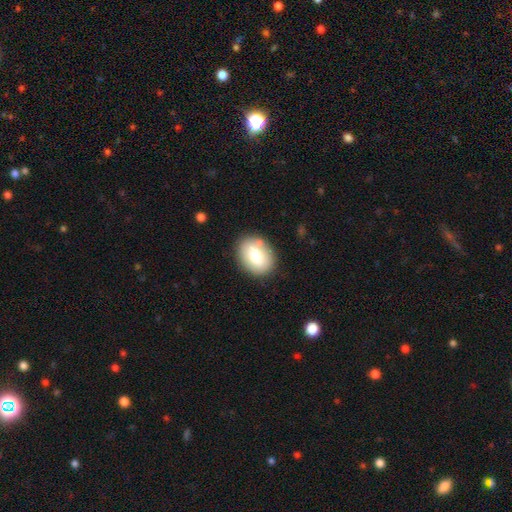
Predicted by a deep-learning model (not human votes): Smooth or featured?
  - smooth: 72% *
  - featured or disk: 21%
  - star or artifact: 8%
How rounded?
  - in between: 67% *
  - round: 32%
  - cigar-shaped: 1%
Merging?
  - none: 83% *
  - minor disturbance: 11%
  - major disturbance: 3%
  - merger: 3%